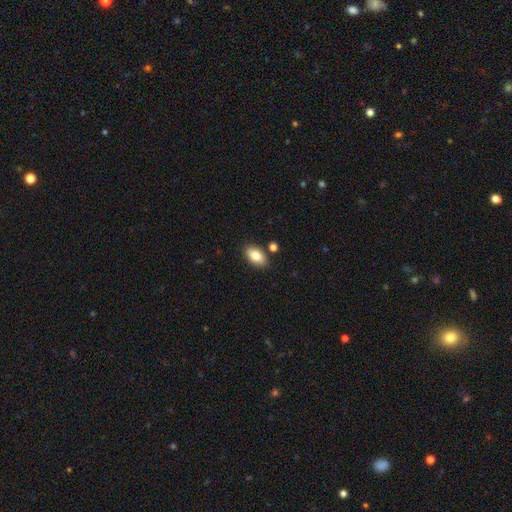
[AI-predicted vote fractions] This is clearly a smooth galaxy (81%). How rounded: clearly in between (92%). Merging: clearly none (84%).